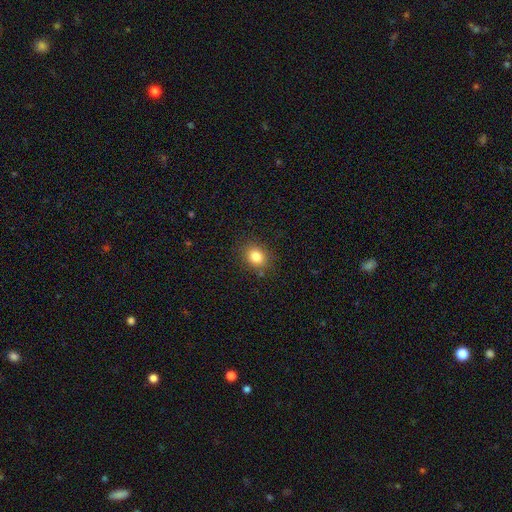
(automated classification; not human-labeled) smooth_or_featured: smooth (p=0.82) [alt: star or artifact p=0.11]
how_rounded: round (p=0.58) [alt: in between p=0.41]
merging: none (p=0.84) [alt: minor disturbance p=0.11]